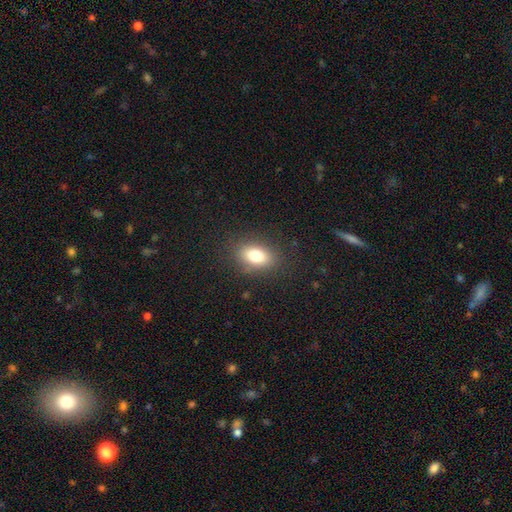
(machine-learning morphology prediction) This appears to be a smooth galaxy with no disk features (79%) that is in between round and cigar-shaped (83%). Merging: none (85%).